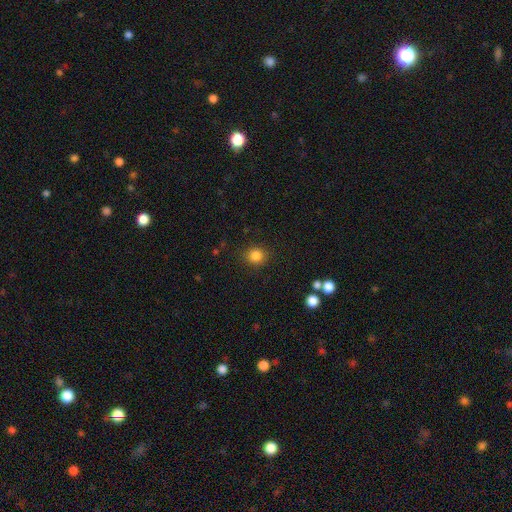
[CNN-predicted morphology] Smooth or featured?
  - smooth: 84% *
  - star or artifact: 12%
  - featured or disk: 4%
How rounded?
  - round: 87% *
  - in between: 12%
  - cigar-shaped: 1%
Merging?
  - none: 88% *
  - minor disturbance: 8%
  - major disturbance: 3%
  - merger: 1%